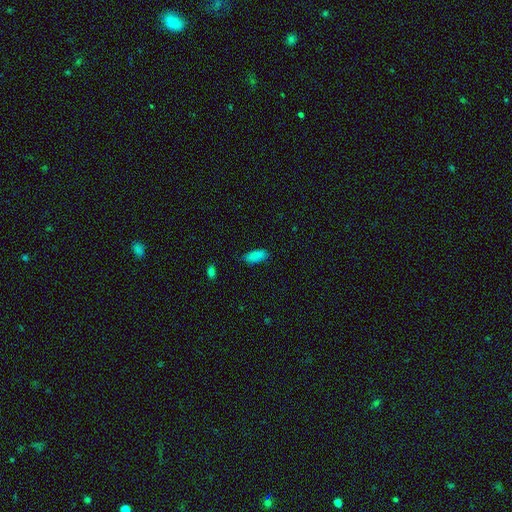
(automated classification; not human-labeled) Smooth or featured: smooth — 87% (star or artifact — 9%)
How rounded: in between — 81% (cigar-shaped — 17%)
Merging: none — 82% (minor disturbance — 14%)